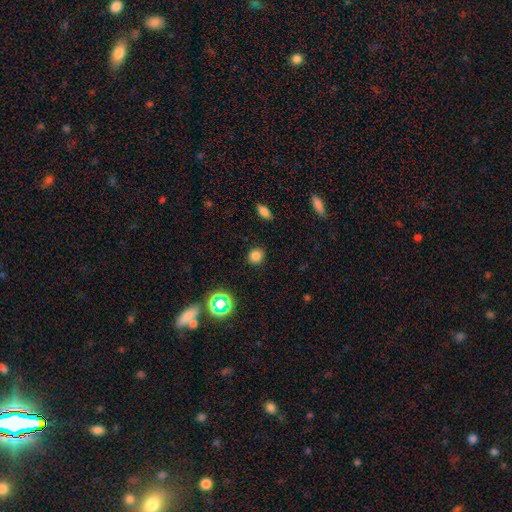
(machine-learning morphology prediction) smooth_or_featured: smooth (p=0.78) [alt: star or artifact p=0.17]
how_rounded: round (p=0.83) [alt: in between p=0.15]
merging: none (p=0.89) [alt: minor disturbance p=0.07]